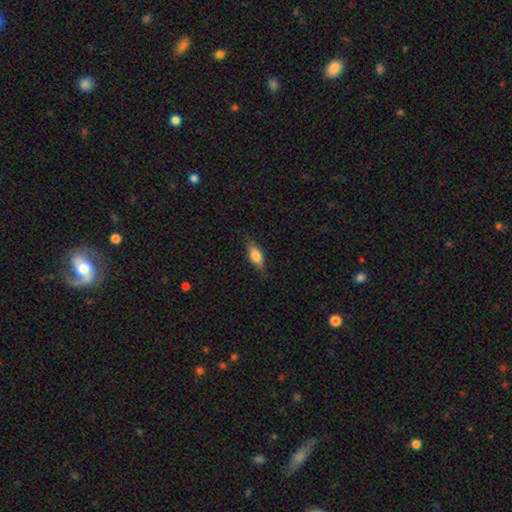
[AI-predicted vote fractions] This appears to be a smooth galaxy with no disk features (73%) that is in between round and cigar-shaped (76%). Merging: none (79%).